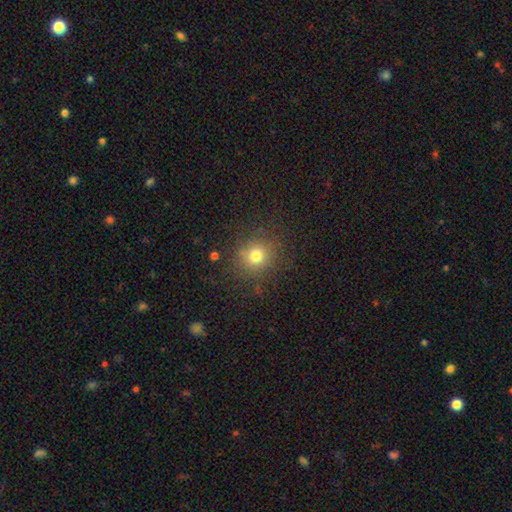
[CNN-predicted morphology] Q: Smooth or featured?
A: smooth (74%); runner-up: star or artifact (18%)
Q: How rounded?
A: round (86%); runner-up: in between (13%)
Q: Merging?
A: none (84%); runner-up: minor disturbance (10%)